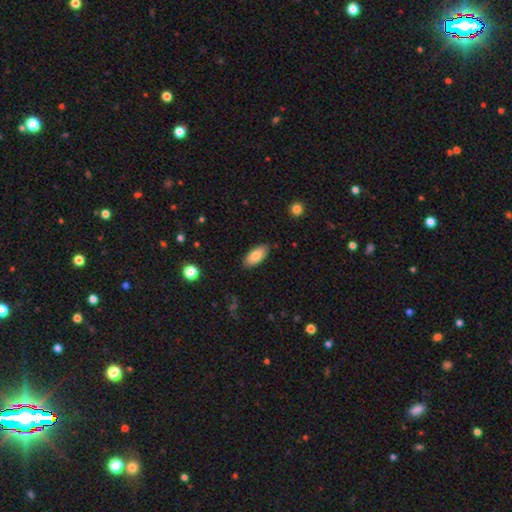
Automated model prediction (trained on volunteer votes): Overall: smooth (82%). How rounded: in between (91%). Merging: none (86%).